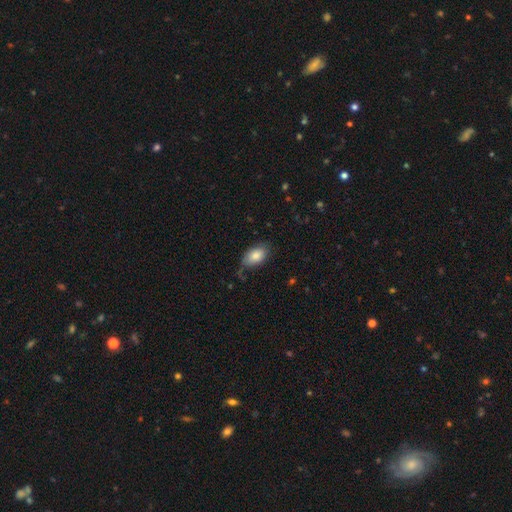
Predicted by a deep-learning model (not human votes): Overall: smooth (83%). How rounded: in between (92%). Merging: none (66%).